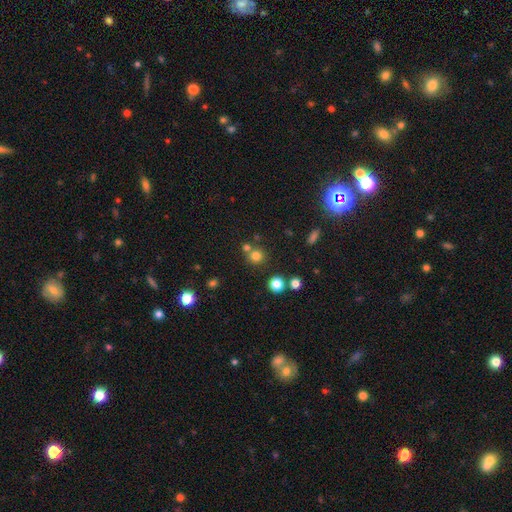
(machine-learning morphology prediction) smooth-or-featured: smooth: 75% | star or artifact: 18% | featured or disk: 7%
  how-rounded: round: 91% | in between: 8% | cigar-shaped: 1%
  merging: none: 69% | merger: 20% | minor disturbance: 8% | major disturbance: 3%